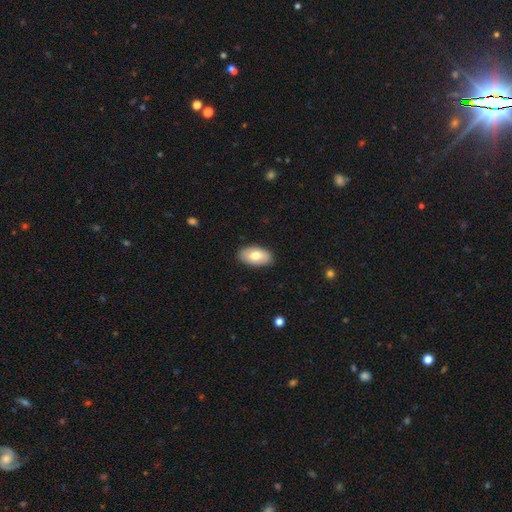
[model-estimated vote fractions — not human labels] Morphology: type=smooth (72%); roundness=in between (94%); merging=none (86%).